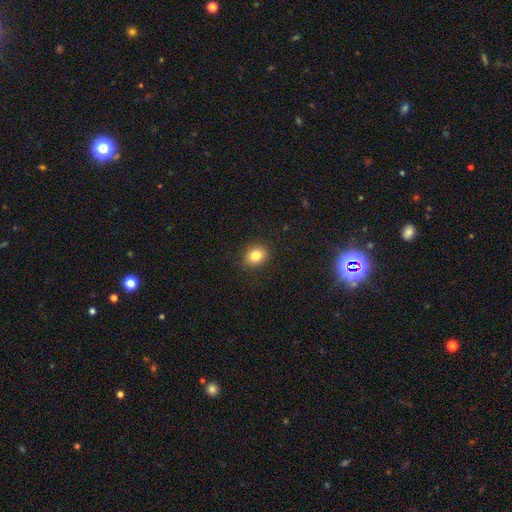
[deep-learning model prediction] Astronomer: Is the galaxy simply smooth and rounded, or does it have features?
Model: smooth — 83%.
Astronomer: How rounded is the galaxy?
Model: round — 56% (runner-up: in between, 43%).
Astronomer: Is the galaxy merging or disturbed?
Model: none — 89%.